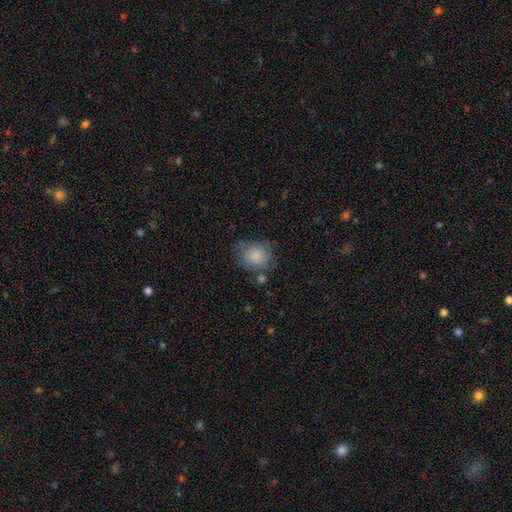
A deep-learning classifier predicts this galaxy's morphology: Smooth or featured? Predicted: smooth (p=0.78). How rounded? Predicted: round (p=0.63). Merging? Predicted: none (p=0.53).